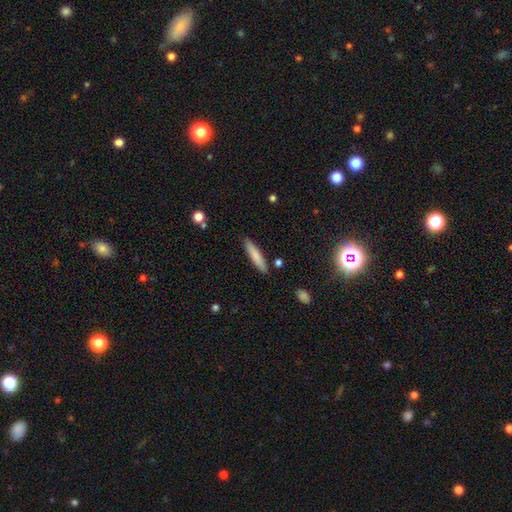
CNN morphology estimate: This appears to be a smooth galaxy with no disk features (79%) that is cigar-shaped (87%). Merging: none (88%).